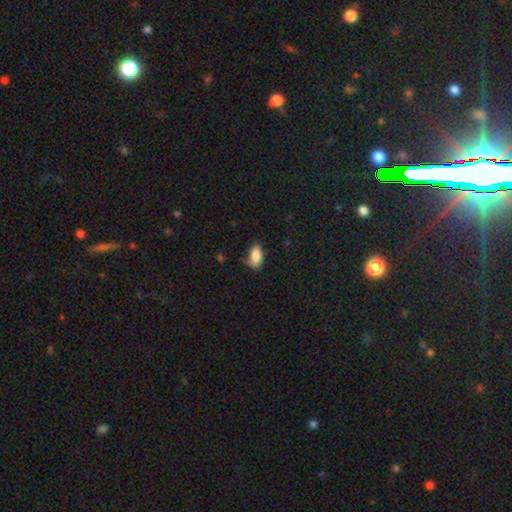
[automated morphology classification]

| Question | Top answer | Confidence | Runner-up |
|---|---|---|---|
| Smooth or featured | smooth | 84% | featured or disk (9%) |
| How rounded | in between | 91% | cigar-shaped (6%) |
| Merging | none | 62% | minor disturbance (29%) |